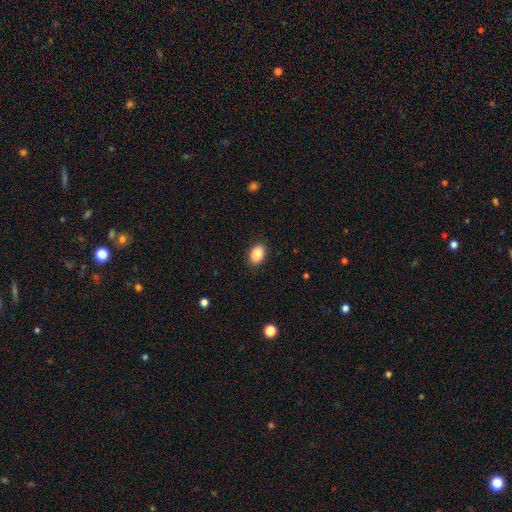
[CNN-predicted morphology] This appears to be a smooth galaxy with no disk features (89%) that is in between round and cigar-shaped (83%). Merging: none (89%).